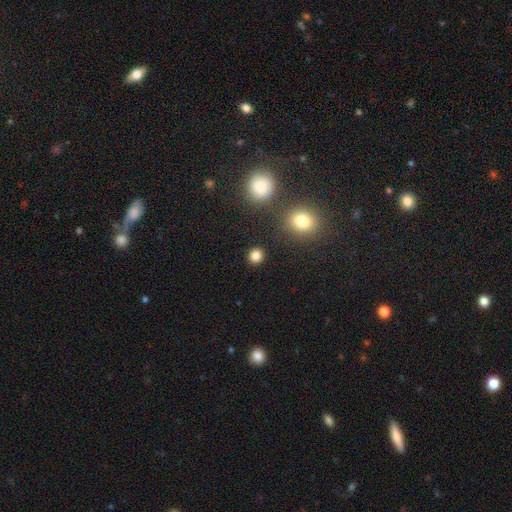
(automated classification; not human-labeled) Morphology: type=smooth (83%); roundness=round (84%); merging=none (90%).